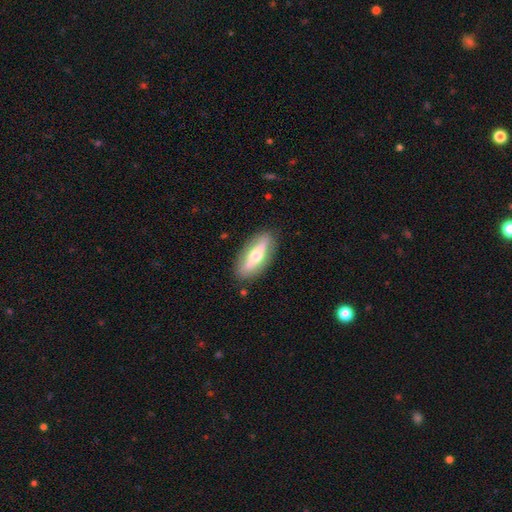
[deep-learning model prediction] The model was most divided on "smooth or featured": smooth: 48%, featured or disk: 46%, star or artifact: 6%. More confident: merging — none (84%).